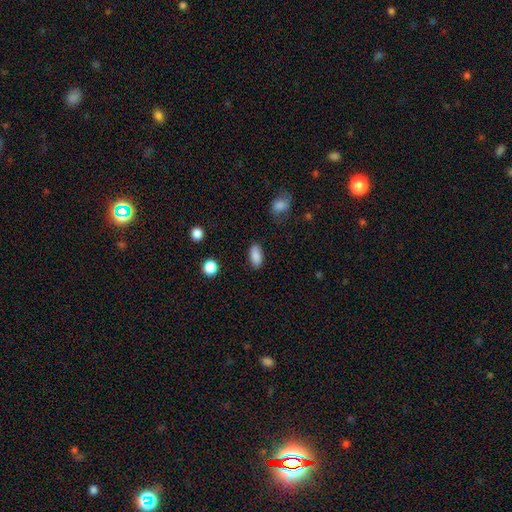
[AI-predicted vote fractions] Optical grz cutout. It shows a smooth galaxy with no disk features (88%) that is in between round and cigar-shaped (87%). Merging: none (86%).